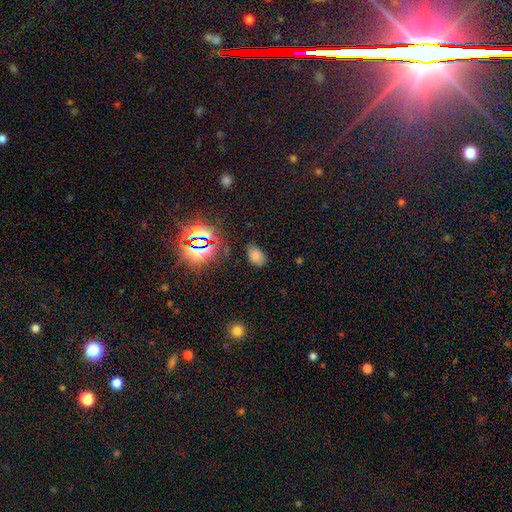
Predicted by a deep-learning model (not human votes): smooth_or_featured: smooth (p=0.69) [alt: star or artifact p=0.23]
how_rounded: in between (p=0.87) [alt: round p=0.11]
merging: none (p=0.75) [alt: minor disturbance p=0.18]